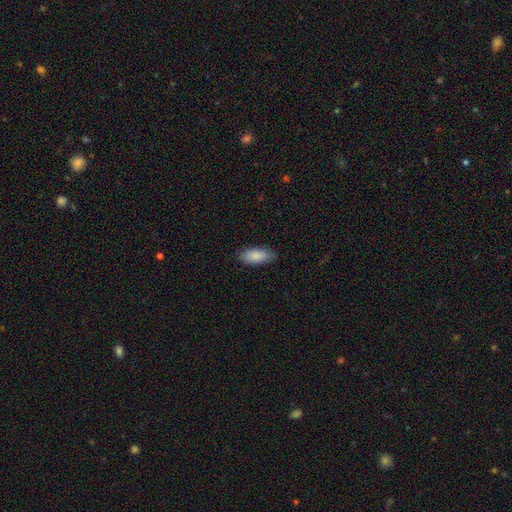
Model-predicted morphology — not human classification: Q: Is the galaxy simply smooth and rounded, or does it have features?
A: smooth — 89%.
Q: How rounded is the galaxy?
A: in between — 81%.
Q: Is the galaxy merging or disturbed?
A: none — 85%.